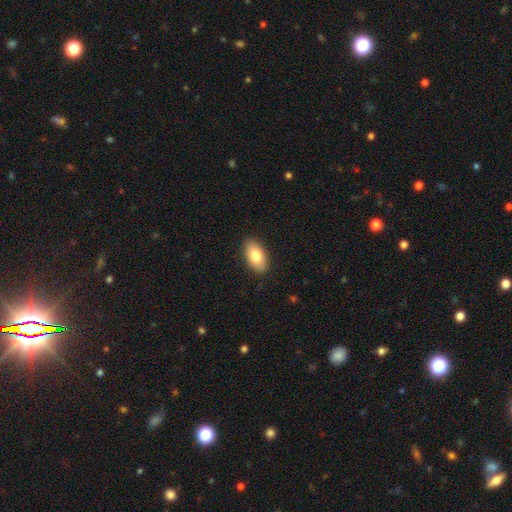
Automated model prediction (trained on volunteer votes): The model was most divided on "smooth or featured": smooth: 81%, featured or disk: 12%, star or artifact: 6%. More confident: how rounded — in between (93%); merging — none (88%).